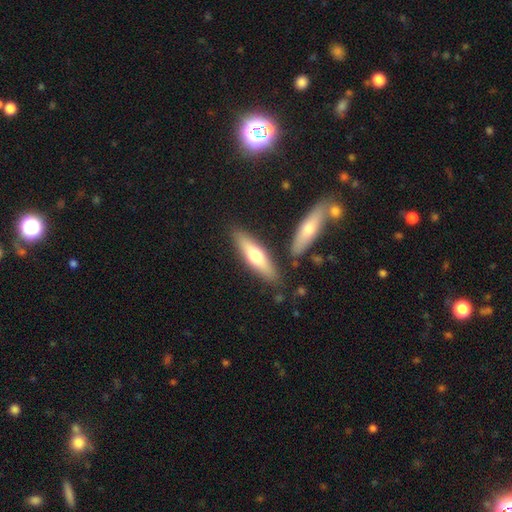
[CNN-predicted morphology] Q: Smooth or featured?
A: smooth (54%); runner-up: featured or disk (40%)
Q: How rounded?
A: cigar-shaped (69%); runner-up: in between (29%)
Q: Merging?
A: none (82%); runner-up: minor disturbance (10%)